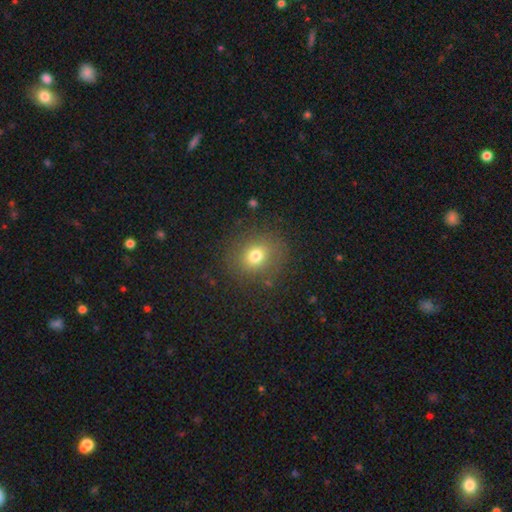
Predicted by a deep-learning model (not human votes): The model was most divided on "how rounded": round: 76%, in between: 23%, cigar-shaped: 1%. More confident: merging — none (84%); smooth or featured — smooth (74%).